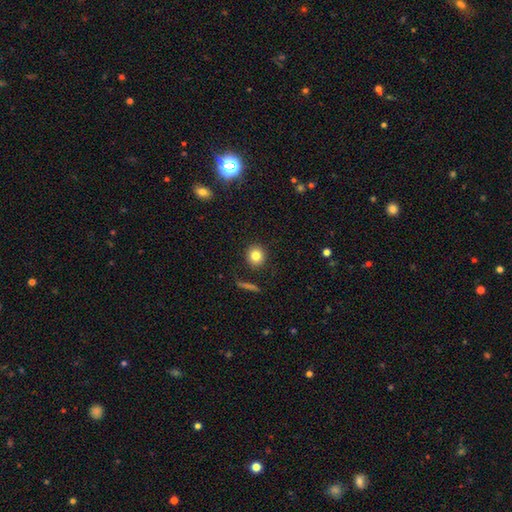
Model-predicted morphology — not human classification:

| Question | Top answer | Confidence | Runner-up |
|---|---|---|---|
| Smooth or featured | smooth | 81% | star or artifact (11%) |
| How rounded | round | 88% | in between (11%) |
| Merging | none | 89% | minor disturbance (7%) |